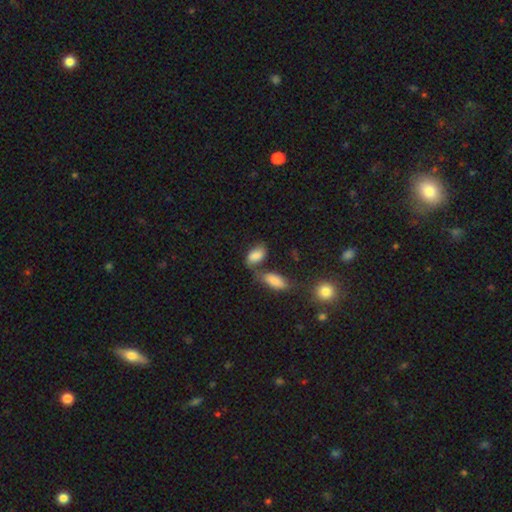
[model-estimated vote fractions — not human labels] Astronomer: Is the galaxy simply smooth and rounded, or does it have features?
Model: smooth — 79%.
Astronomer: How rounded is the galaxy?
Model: in between — 91%.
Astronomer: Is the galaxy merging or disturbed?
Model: none — 43% (runner-up: merger, 32%).